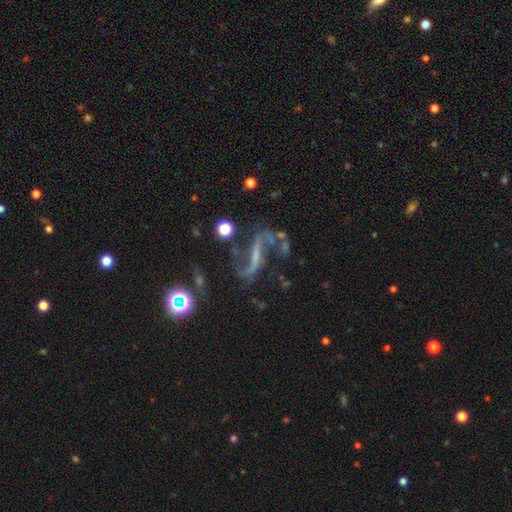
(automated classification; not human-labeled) A featured or disk galaxy (78%) with a strong bar (46%), 2 (89%) loose (82%) spiral arms (90%) and a small central bulge (45%).

Vote fractions:
- Smooth or featured? featured or disk: 78% / star or artifact: 13% / smooth: 9%
- Edge-on disk? no: 91% / yes: 9%
- Bar? strong: 46% / weak: 33% / no: 21%
- Spiral arms? yes: 90% / no: 10%
- Spiral winding? loose: 82% / medium: 14% / tight: 4%
- Spiral arm count? 2: 89% / 1: 4% / can't tell: 3% / 3: 1% / 4: 1% / more than 4: 1%
- Bulge size? small: 45% / none: 39% / moderate: 13% / large: 2% / dominant: 1%
- Merging? none: 50% / major disturbance: 20% / minor disturbance: 18% / merger: 12%